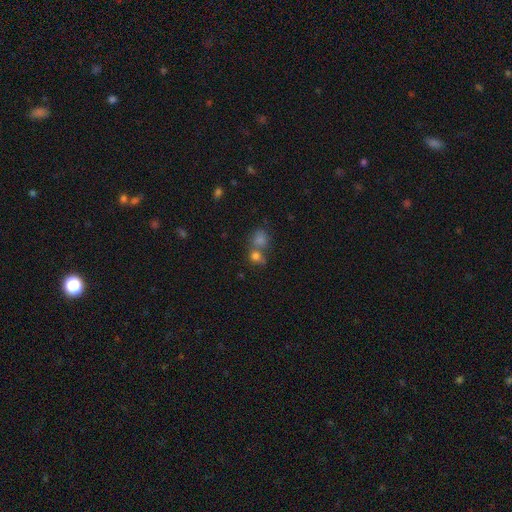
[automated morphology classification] A smooth galaxy with no disk features (74%) that is round (66%). Merging: merger (46%).